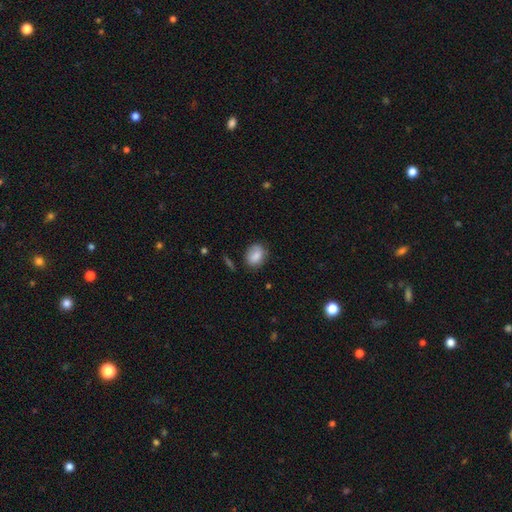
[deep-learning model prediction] smooth 83%, featured or disk 10%, star or artifact 8%. Down the decision tree: how rounded — in between (63%); merging — none (71%).